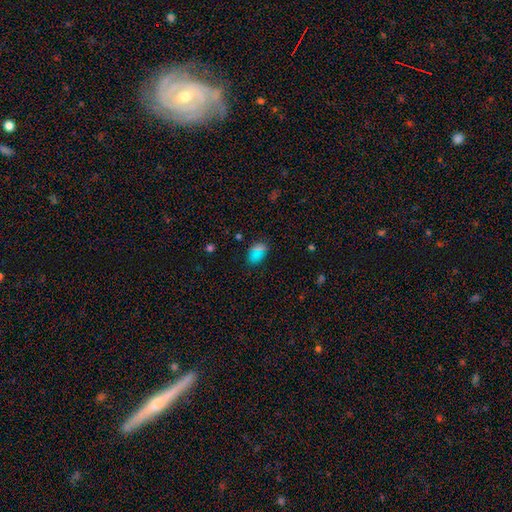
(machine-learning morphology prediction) smooth 67%, star or artifact 26%, featured or disk 7%. Down the decision tree: how rounded — in between (83%); merging — none (80%).